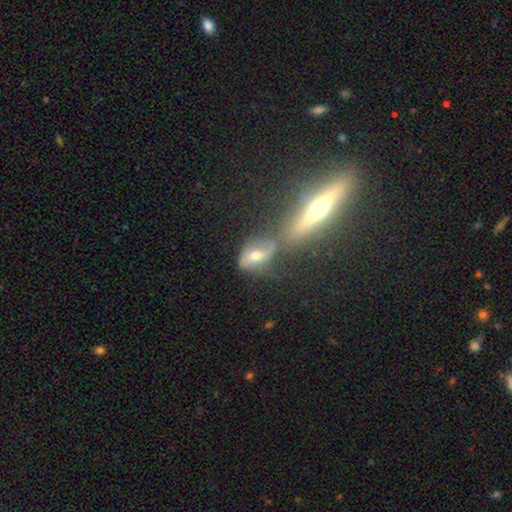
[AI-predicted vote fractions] Smooth or featured? featured or disk (45%)
Merging? merger (36%, tied with none)